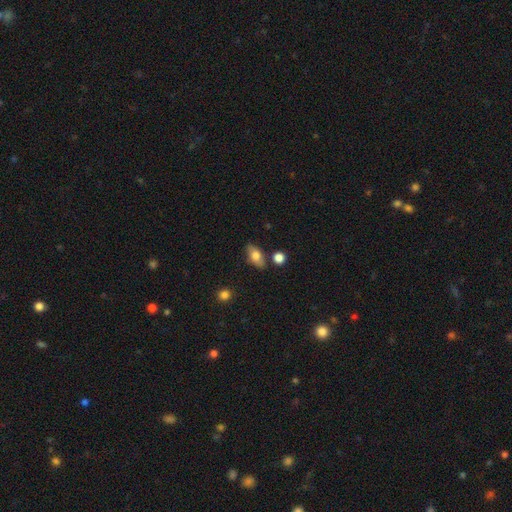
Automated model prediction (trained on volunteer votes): Smooth or featured: smooth — 74% (featured or disk — 19%)
How rounded: in between — 86% (cigar-shaped — 7%)
Merging: none — 80% (minor disturbance — 12%)